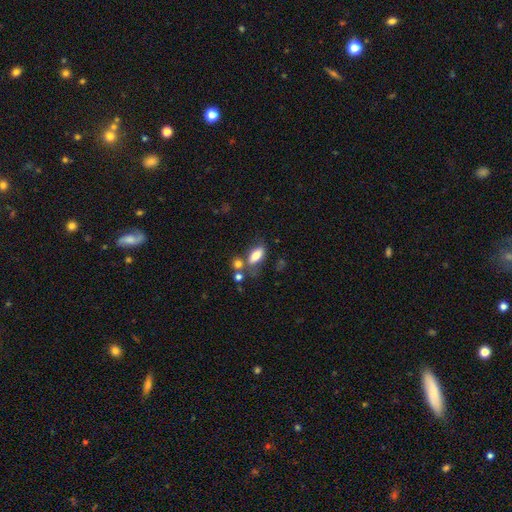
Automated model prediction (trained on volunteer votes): This is clearly a smooth galaxy (81%). How rounded: clearly in between (86%). Merging: possibly none (56%).